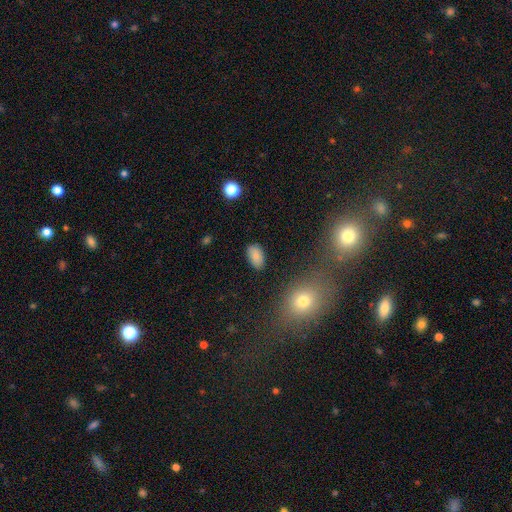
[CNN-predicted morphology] smooth 82%, star or artifact 10%, featured or disk 8%. Down the decision tree: how rounded — in between (92%); merging — none (83%).